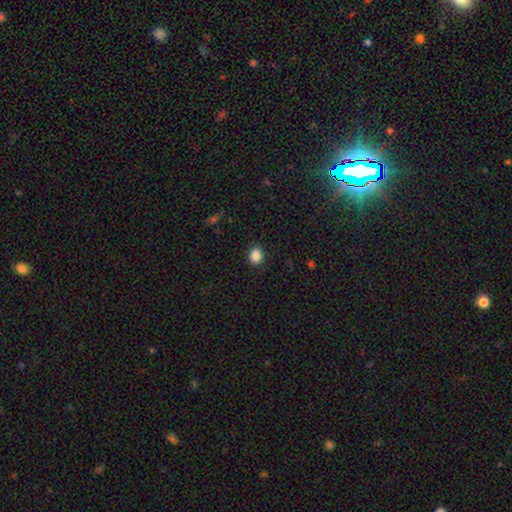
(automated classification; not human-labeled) Morphology: type=smooth (87%); roundness=in between (54%); merging=none (88%).